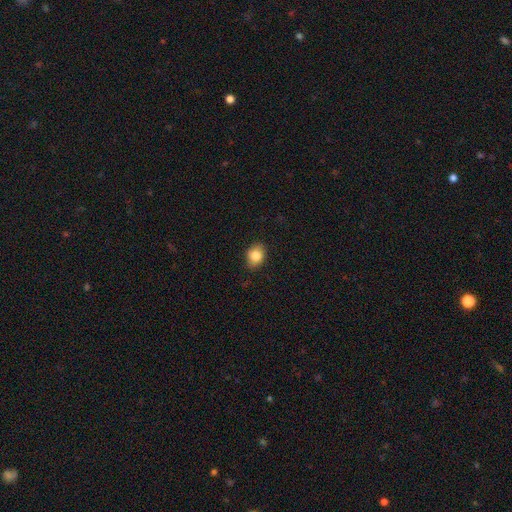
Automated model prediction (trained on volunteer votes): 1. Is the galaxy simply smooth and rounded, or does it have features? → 84% smooth, 9% star or artifact, 8% featured or disk.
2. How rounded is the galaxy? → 57% in between, 42% round, 1% cigar-shaped.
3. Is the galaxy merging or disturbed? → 84% none, 12% minor disturbance, 2% major disturbance, 1% merger.